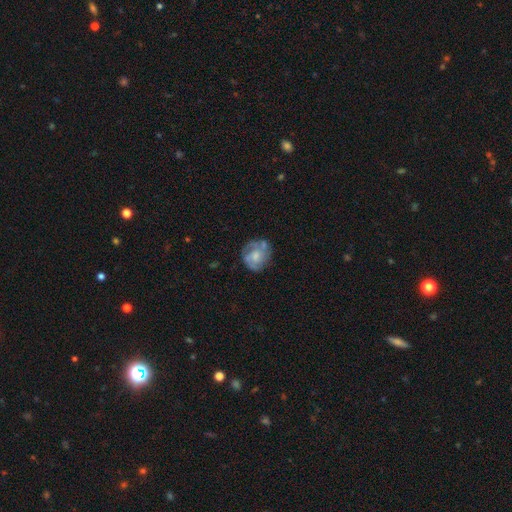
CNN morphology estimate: The model was most divided on "bulge size": moderate: 42%, small: 34%, none: 15%, large: 8%, dominant: 2%. More confident: edge-on disk — no (98%); spiral arms — yes (77%); bar — no (69%); smooth or featured — featured or disk (63%); merging — none (63%).